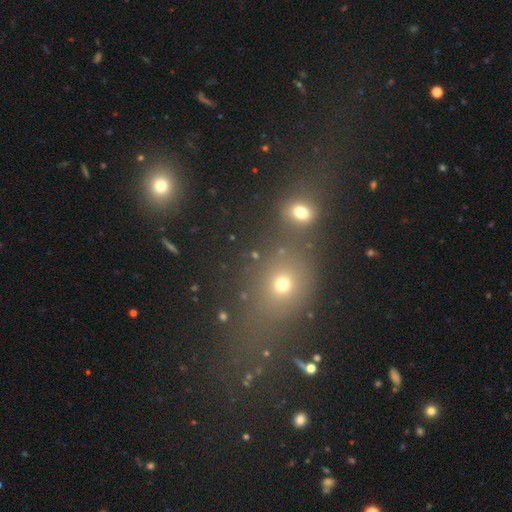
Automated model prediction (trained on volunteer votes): Smooth or featured? Predicted: smooth (p=0.62). How rounded? Predicted: round (p=0.67). Merging? Predicted: none (p=0.57).